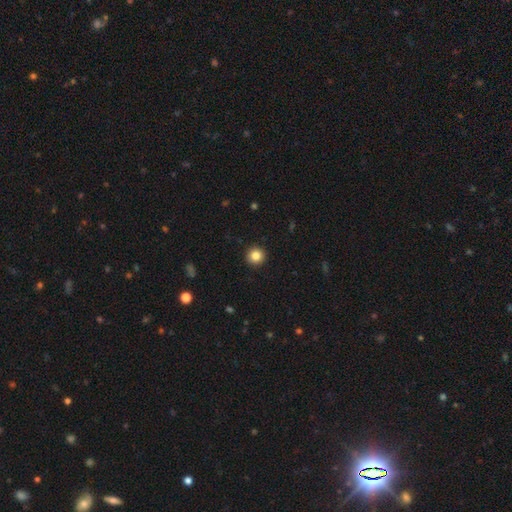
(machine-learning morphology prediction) This appears to be a smooth galaxy with no disk features (85%) that is round (94%). Merging: none (93%).